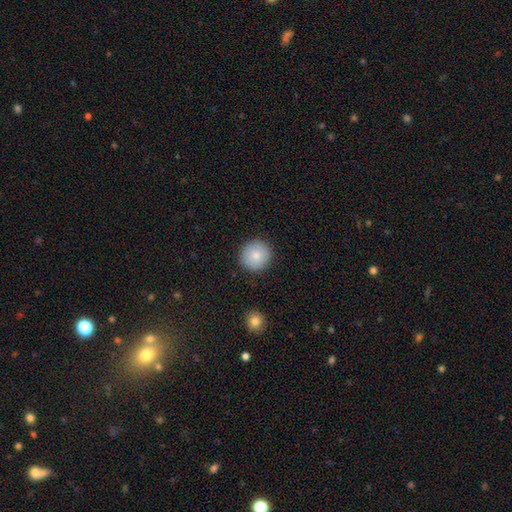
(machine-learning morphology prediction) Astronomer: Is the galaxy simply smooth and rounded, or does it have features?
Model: smooth — 84%.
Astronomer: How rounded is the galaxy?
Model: round — 94%.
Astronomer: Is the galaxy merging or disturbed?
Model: none — 90%.